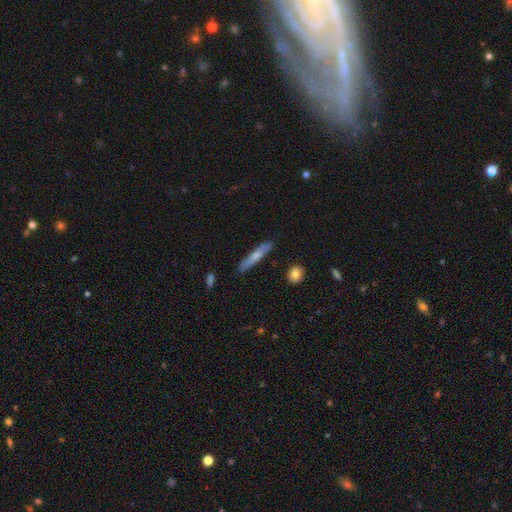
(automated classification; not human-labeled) smooth_or_featured: smooth (p=0.61) [alt: featured or disk p=0.33]
how_rounded: cigar-shaped (p=0.92) [alt: in between p=0.07]
merging: none (p=0.85) [alt: minor disturbance p=0.11]